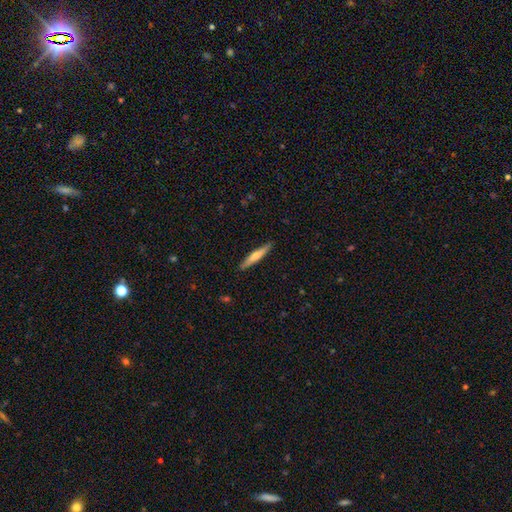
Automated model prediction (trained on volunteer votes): Smooth or featured? Predicted: smooth (p=0.49). Merging? Predicted: none (p=0.90).